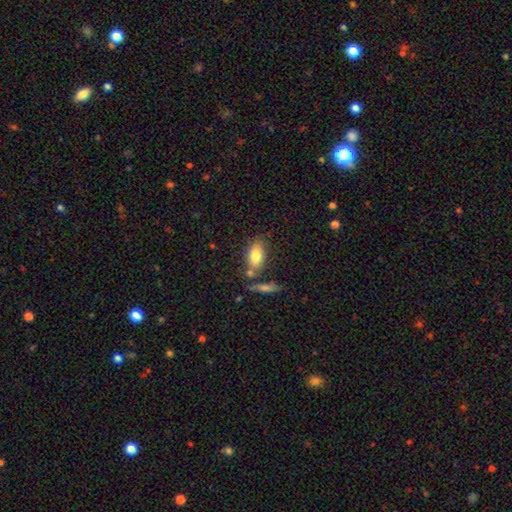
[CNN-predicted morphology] Q: Smooth or featured?
A: smooth (78%); runner-up: featured or disk (14%)
Q: How rounded?
A: in between (87%); runner-up: round (7%)
Q: Merging?
A: none (65%); runner-up: merger (17%)